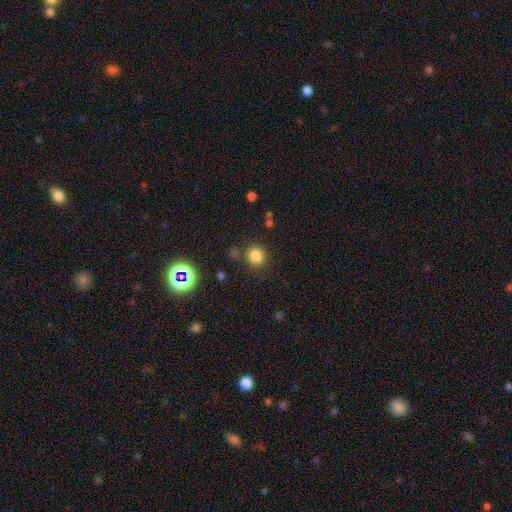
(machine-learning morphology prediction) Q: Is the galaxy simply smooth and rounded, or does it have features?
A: smooth — 81%.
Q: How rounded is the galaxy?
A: round — 88%.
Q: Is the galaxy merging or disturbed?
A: none — 82%.